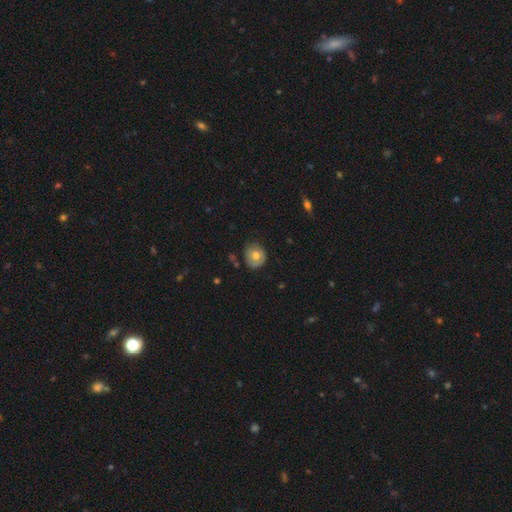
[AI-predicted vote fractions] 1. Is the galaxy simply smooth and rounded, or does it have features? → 68% smooth, 23% featured or disk, 8% star or artifact.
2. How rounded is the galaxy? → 80% round, 19% in between, 1% cigar-shaped.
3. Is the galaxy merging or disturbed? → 74% none, 20% minor disturbance, 4% major disturbance, 2% merger.